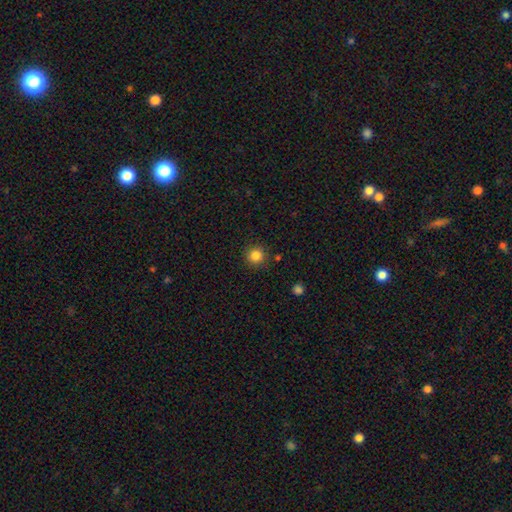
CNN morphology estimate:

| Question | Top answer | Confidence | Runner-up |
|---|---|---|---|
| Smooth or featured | smooth | 85% | star or artifact (11%) |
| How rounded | round | 94% | in between (5%) |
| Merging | none | 89% | minor disturbance (7%) |